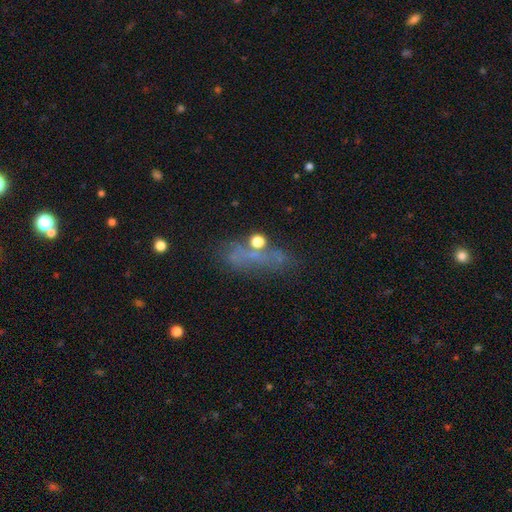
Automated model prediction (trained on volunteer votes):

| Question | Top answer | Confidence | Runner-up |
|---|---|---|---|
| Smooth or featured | smooth | 42% | featured or disk (31%) |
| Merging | none | 49% | minor disturbance (20%) |